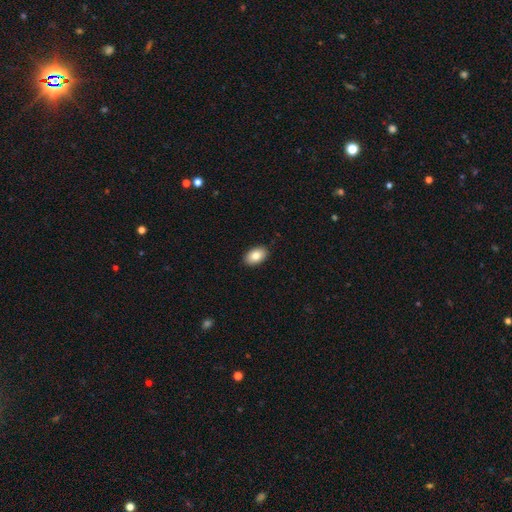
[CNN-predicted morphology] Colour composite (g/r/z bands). It shows a smooth galaxy with no disk features (83%) that is in between round and cigar-shaped (92%). Merging: none (90%).